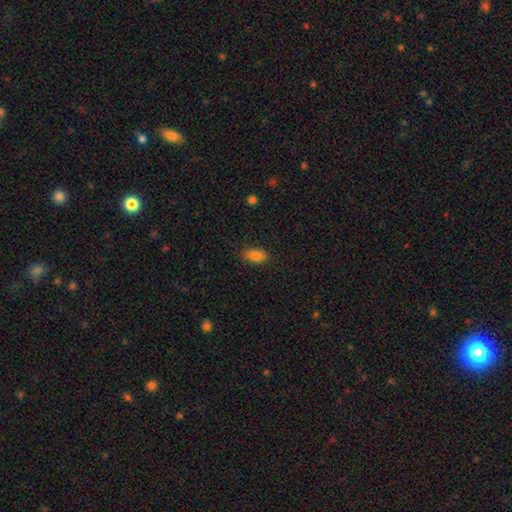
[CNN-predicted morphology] Q: Smooth or featured?
A: smooth (86%); runner-up: star or artifact (9%)
Q: How rounded?
A: in between (90%); runner-up: round (5%)
Q: Merging?
A: none (80%); runner-up: minor disturbance (15%)